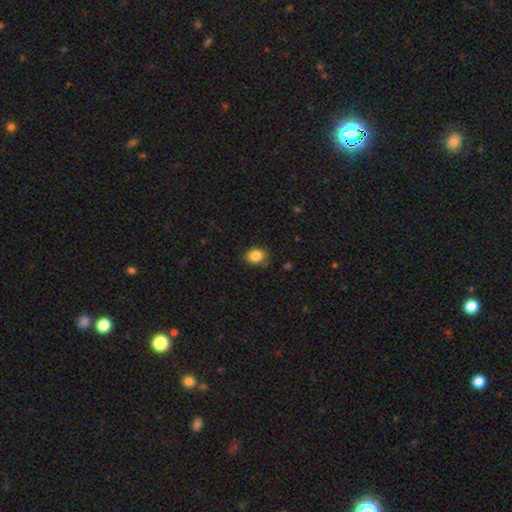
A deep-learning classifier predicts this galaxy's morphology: Smooth or featured?
  - smooth: 86% *
  - star or artifact: 9%
  - featured or disk: 5%
How rounded?
  - in between: 57% *
  - round: 42%
  - cigar-shaped: 1%
Merging?
  - none: 82% *
  - minor disturbance: 14%
  - major disturbance: 3%
  - merger: 1%